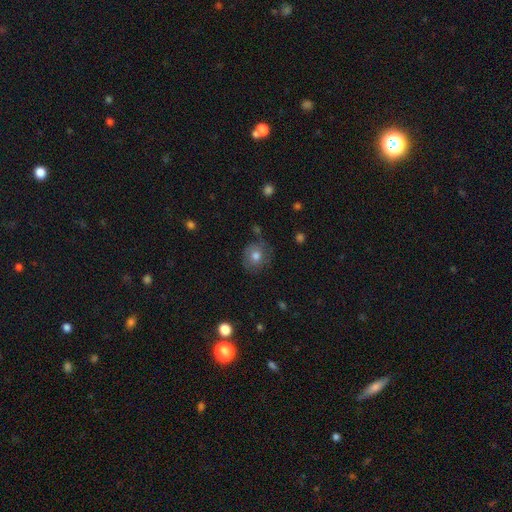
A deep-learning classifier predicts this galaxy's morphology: A smooth galaxy with no disk features (70%) that is round (79%). Merging: none (69%).